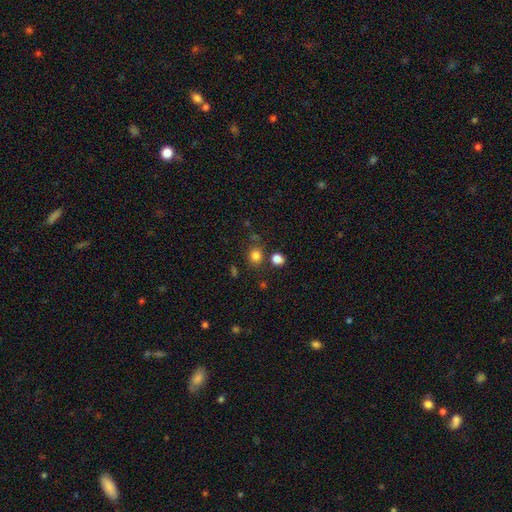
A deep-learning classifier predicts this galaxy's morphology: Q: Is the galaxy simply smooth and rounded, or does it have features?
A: smooth — 81%.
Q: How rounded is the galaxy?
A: round — 82%.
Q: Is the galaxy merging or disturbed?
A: none — 76%.